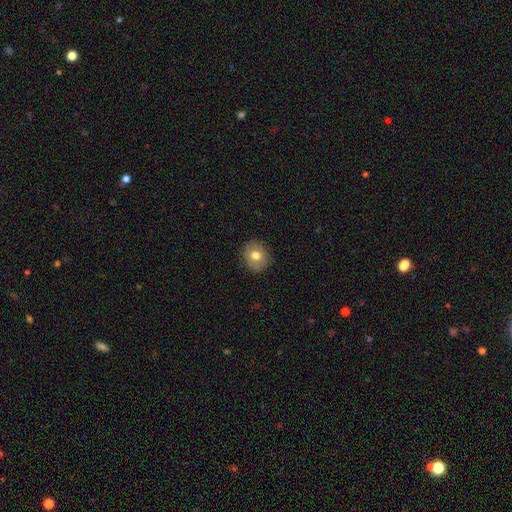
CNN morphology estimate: Q: Smooth or featured?
A: smooth (73%); runner-up: featured or disk (18%)
Q: How rounded?
A: round (73%); runner-up: in between (26%)
Q: Merging?
A: none (88%); runner-up: minor disturbance (8%)